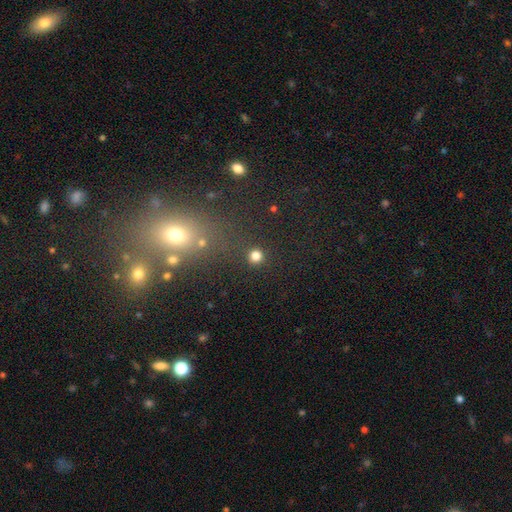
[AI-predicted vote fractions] Q: Smooth or featured?
A: smooth (80%); runner-up: star or artifact (16%)
Q: How rounded?
A: round (94%); runner-up: in between (5%)
Q: Merging?
A: none (90%); runner-up: minor disturbance (5%)